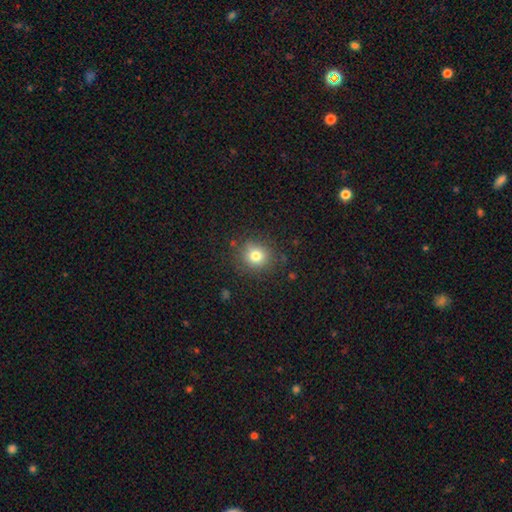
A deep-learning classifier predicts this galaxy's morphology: This appears to be a smooth galaxy with no disk features (78%) that is round (85%). Merging: none (85%).